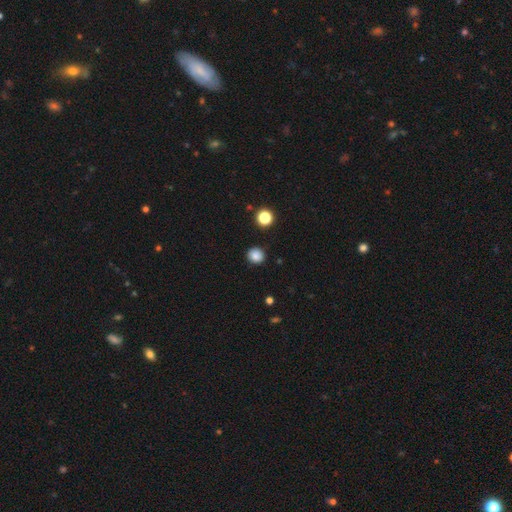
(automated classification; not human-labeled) A smooth galaxy with no disk features (84%) that is round (87%). Merging: none (88%).